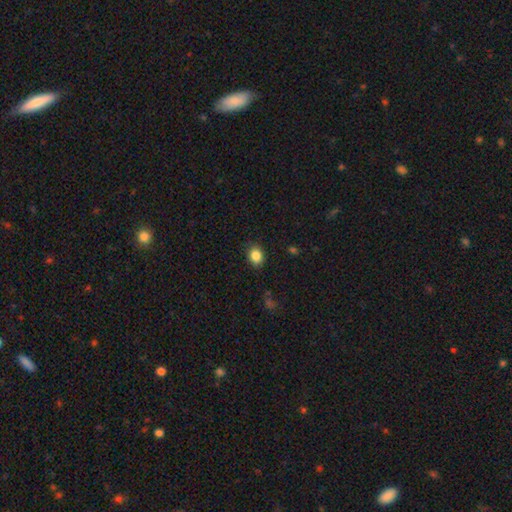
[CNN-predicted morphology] type=smooth (86%); roundness=in between (58%); merging=none (84%).